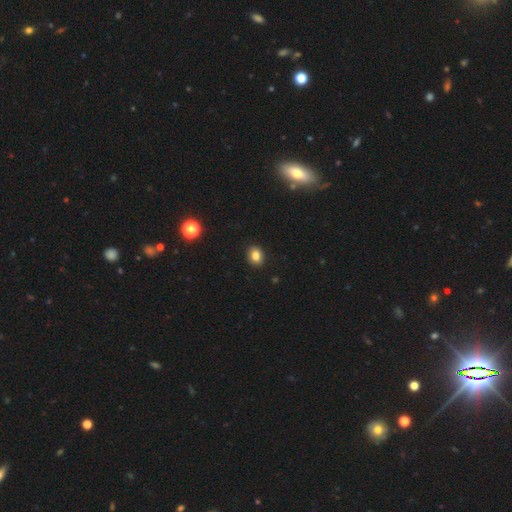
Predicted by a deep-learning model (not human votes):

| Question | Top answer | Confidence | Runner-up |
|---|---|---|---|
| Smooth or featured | smooth | 83% | star or artifact (11%) |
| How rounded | in between | 58% | round (41%) |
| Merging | none | 90% | minor disturbance (7%) |